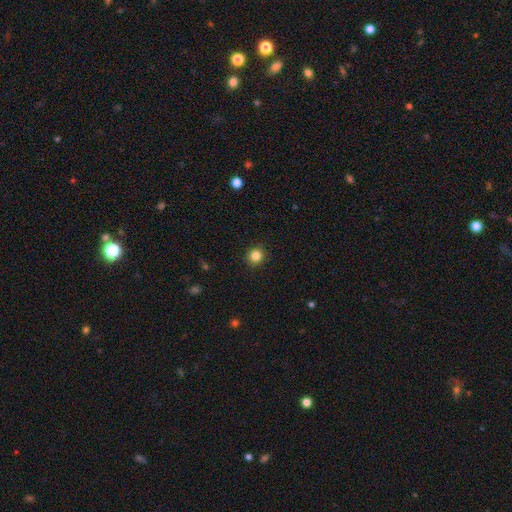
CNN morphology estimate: A smooth galaxy with no disk features (84%) that is round (91%).

Vote fractions:
- Smooth or featured? smooth: 84% / star or artifact: 12% / featured or disk: 4%
- How rounded? round: 91% / in between: 8% / cigar-shaped: 1%
- Merging? none: 91% / minor disturbance: 6% / major disturbance: 2% / merger: 1%